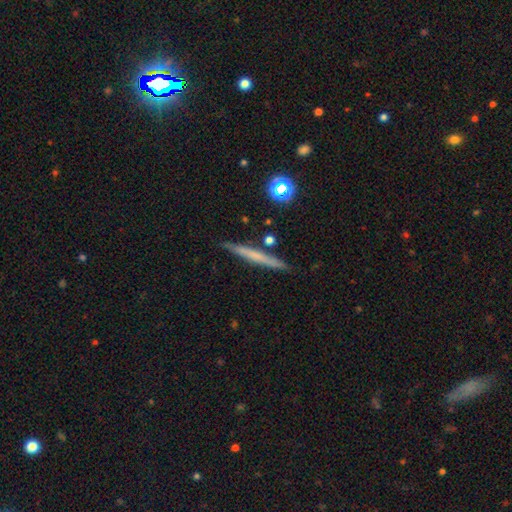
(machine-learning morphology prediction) smooth 49%, featured or disk 44%, star or artifact 7%. Down the decision tree: merging — none (88%).